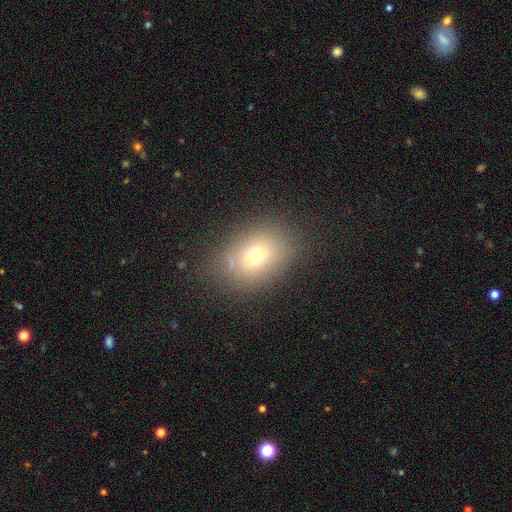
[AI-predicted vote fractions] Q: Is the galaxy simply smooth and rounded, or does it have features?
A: smooth — 69%.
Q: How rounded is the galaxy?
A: in between — 69%.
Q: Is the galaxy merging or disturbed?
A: none — 74%.